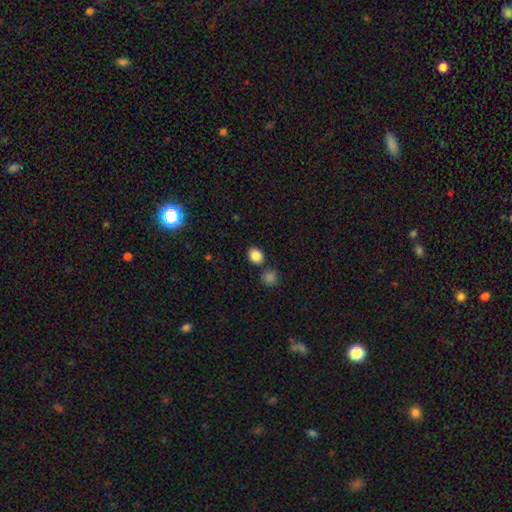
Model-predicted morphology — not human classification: A smooth galaxy with no disk features (86%) that is round (64%). Merging: none (80%).